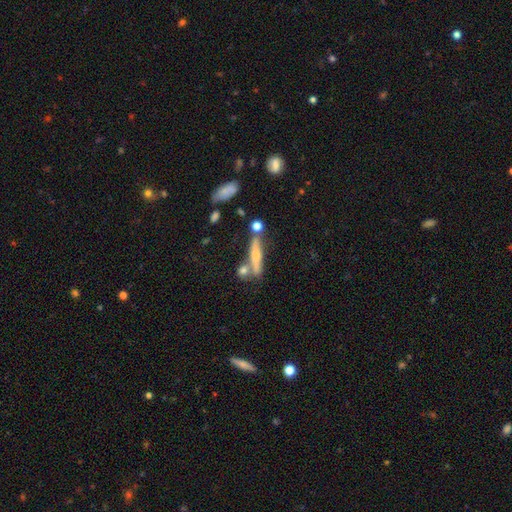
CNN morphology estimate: The model was most divided on "smooth or featured": smooth: 50%, featured or disk: 42%, star or artifact: 8%. More confident: how rounded — cigar-shaped (83%); merging — none (64%).